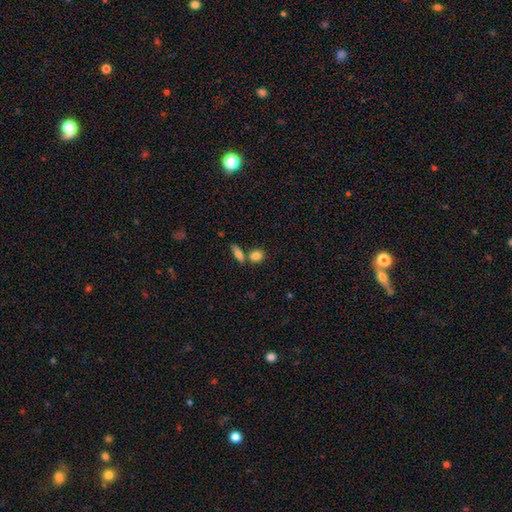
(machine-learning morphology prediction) Smooth or featured? Predicted: smooth (p=0.84). How rounded? Predicted: in between (p=0.57). Merging? Predicted: none (p=0.58).